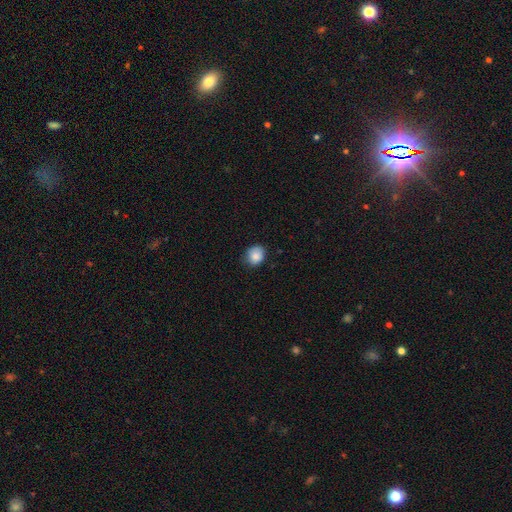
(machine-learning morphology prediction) smooth_or_featured: smooth (p=0.84) [alt: star or artifact p=0.09]
how_rounded: round (p=0.66) [alt: in between p=0.33]
merging: none (p=0.71) [alt: minor disturbance p=0.24]